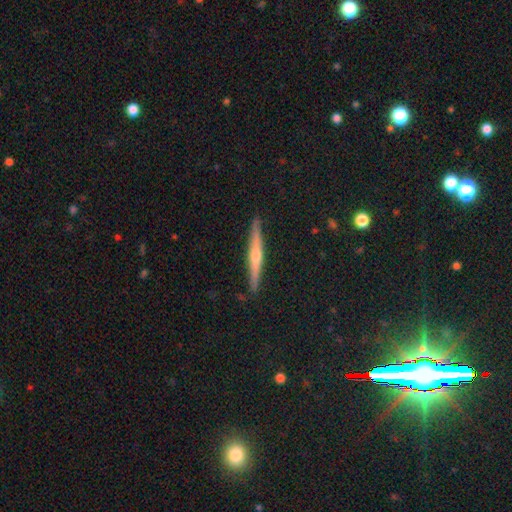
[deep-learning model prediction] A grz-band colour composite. It shows a featured or disk galaxy (71%) viewed edge-on (97%) with a rounded central bulge (84%). Merging: none (91%).